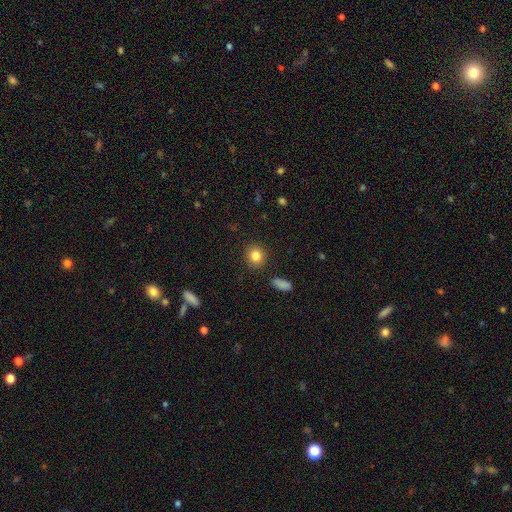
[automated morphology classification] This appears to be a smooth galaxy with no disk features (84%) that is round (80%). Merging: none (89%).